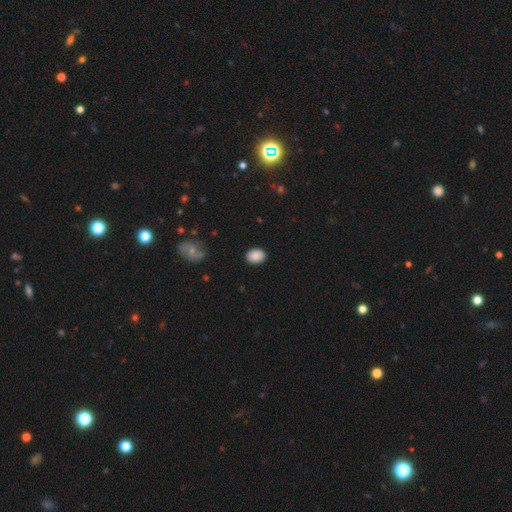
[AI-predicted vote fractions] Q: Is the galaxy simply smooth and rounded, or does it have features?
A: smooth — 88%.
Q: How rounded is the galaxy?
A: in between — 62%.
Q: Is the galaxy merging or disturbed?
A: none — 88%.